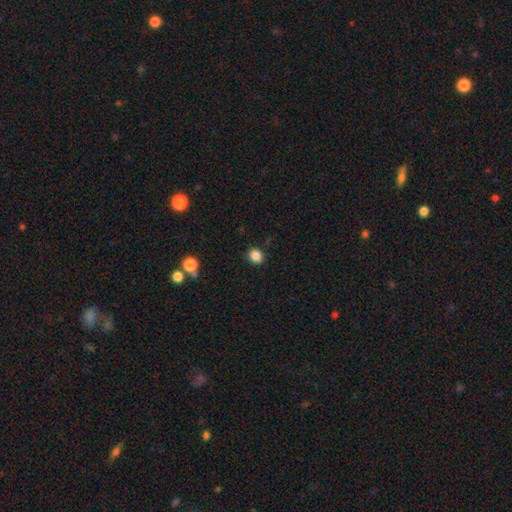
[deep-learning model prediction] Smooth or featured? Predicted: smooth (p=0.85). How rounded? Predicted: round (p=0.75). Merging? Predicted: none (p=0.88).